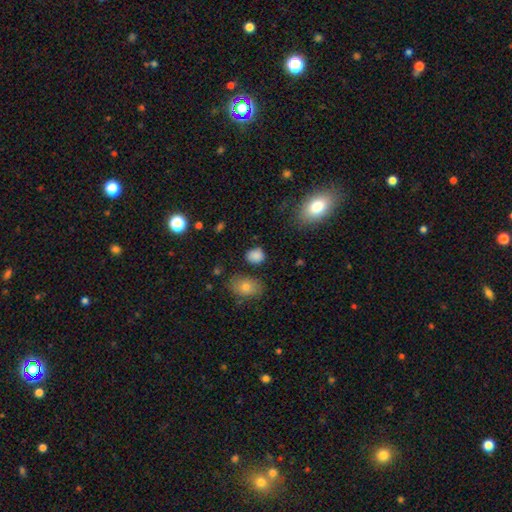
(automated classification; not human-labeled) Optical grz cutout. It shows a smooth galaxy with no disk features (83%) that is round (55%). Merging: none (78%).